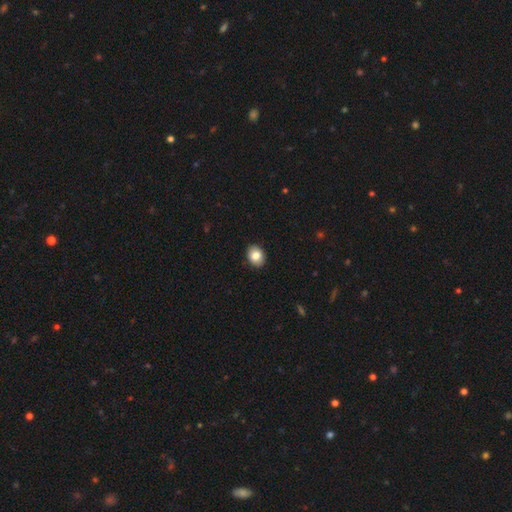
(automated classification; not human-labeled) Morphology: type=smooth (83%); roundness=in between (58%); merging=none (90%).